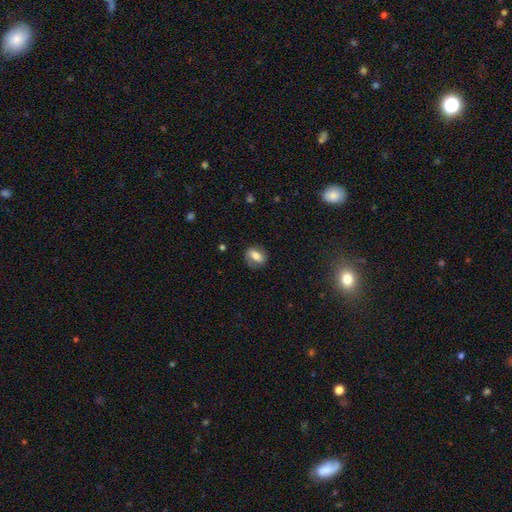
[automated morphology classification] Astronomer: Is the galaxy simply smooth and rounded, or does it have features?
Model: smooth — 59%.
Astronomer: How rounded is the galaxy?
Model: in between — 67%.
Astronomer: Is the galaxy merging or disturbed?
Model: none — 78%.